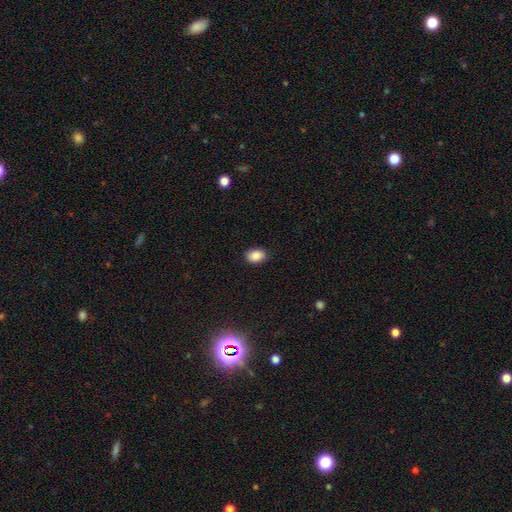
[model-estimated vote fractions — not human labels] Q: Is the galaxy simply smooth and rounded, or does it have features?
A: smooth — 88%.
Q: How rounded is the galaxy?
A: in between — 76%.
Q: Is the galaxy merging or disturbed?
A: none — 87%.